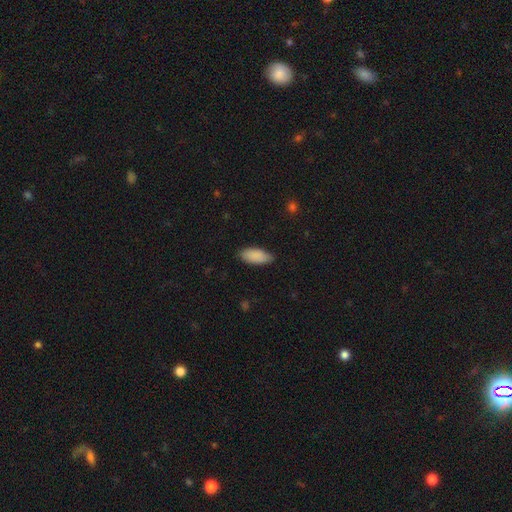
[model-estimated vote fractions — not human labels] The model was most divided on "merging": none: 81%, minor disturbance: 16%, major disturbance: 2%, merger: 1%. More confident: smooth or featured — smooth (89%); how rounded — in between (85%).